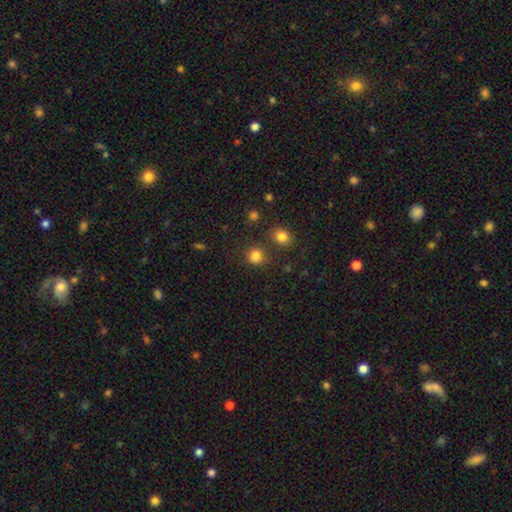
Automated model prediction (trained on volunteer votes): smooth-or-featured: smooth: 81% | star or artifact: 14% | featured or disk: 5%
  how-rounded: round: 83% | in between: 16% | cigar-shaped: 1%
  merging: none: 73% | merger: 12% | minor disturbance: 11% | major disturbance: 4%